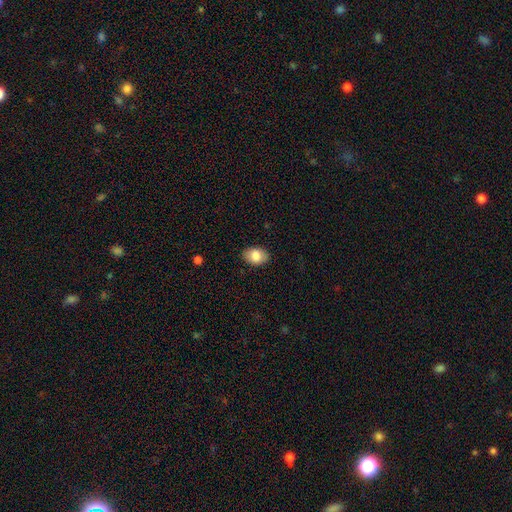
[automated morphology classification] This appears to be a smooth galaxy with no disk features (82%) that is in between round and cigar-shaped (83%). Merging: none (88%).